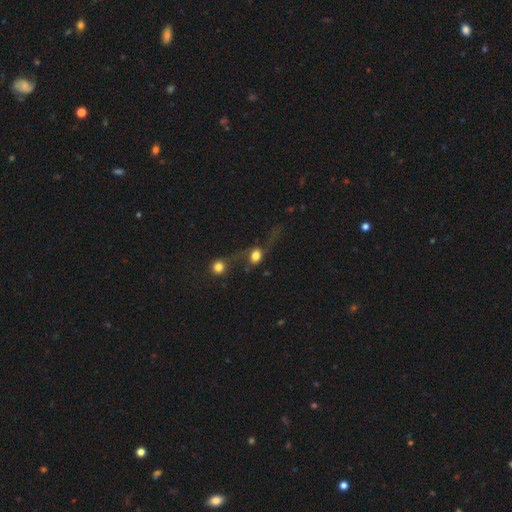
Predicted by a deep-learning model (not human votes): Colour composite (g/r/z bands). It shows a smooth galaxy with no disk features (60%) that is round (61%). Merging: none (30%).